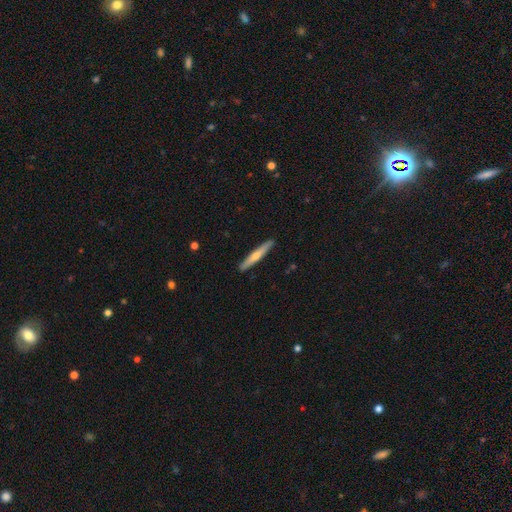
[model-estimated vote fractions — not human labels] A smooth galaxy with no disk features (50%) that is cigar-shaped (94%). Merging: none (91%).